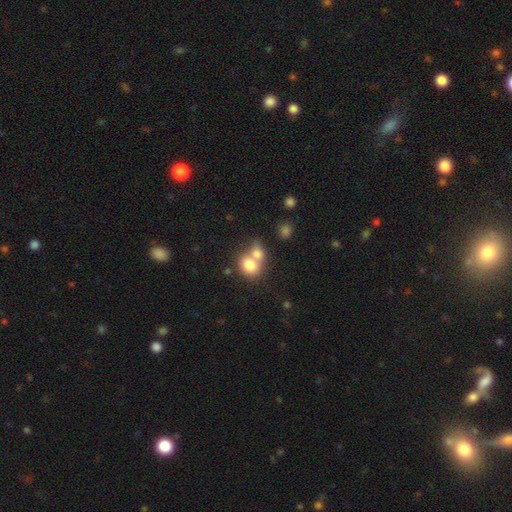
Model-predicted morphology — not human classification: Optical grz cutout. It shows a smooth galaxy with no disk features (76%) that is round (59%). Merging: merger (62%).